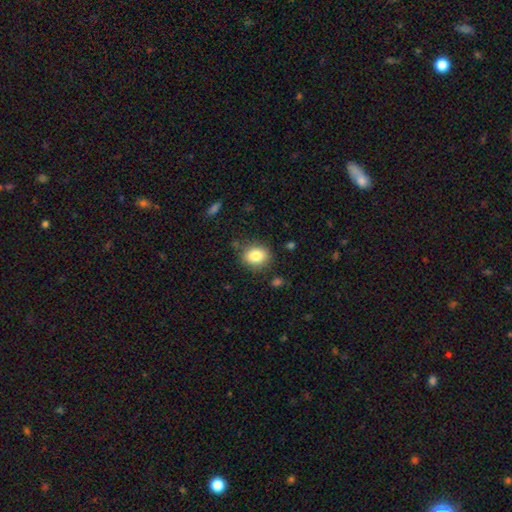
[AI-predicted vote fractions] smooth 83%, star or artifact 9%, featured or disk 8%. Down the decision tree: how rounded — round (55%); merging — none (82%).